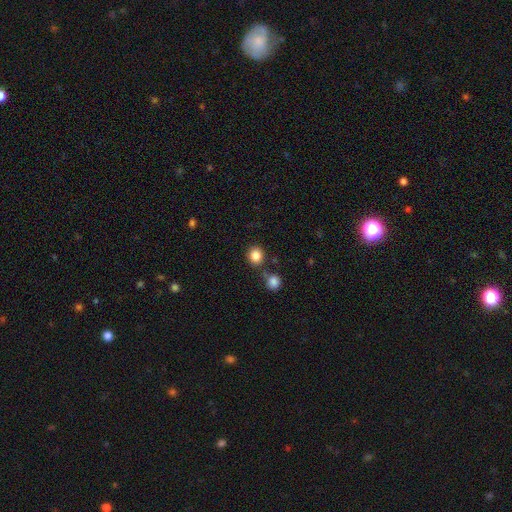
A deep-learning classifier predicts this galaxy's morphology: Smooth or featured? Predicted: smooth (p=0.85). How rounded? Predicted: round (p=0.83). Merging? Predicted: none (p=0.76).